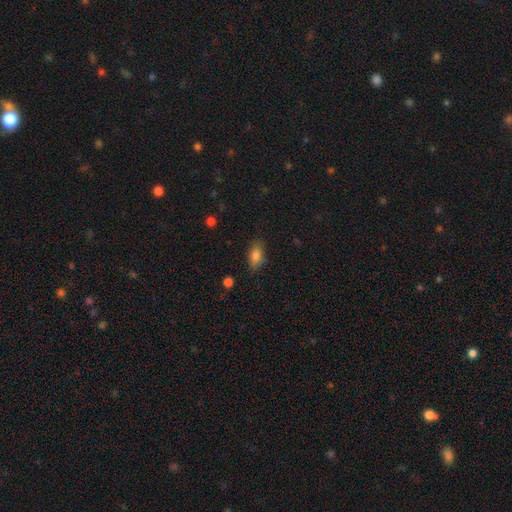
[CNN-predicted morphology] Overall: smooth (83%). How rounded: in between (86%). Merging: none (79%).